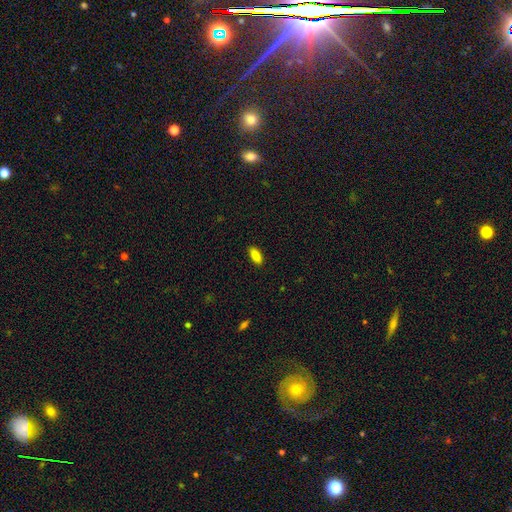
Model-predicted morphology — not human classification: Overall: smooth (85%). How rounded: in between (82%). Merging: none (89%).